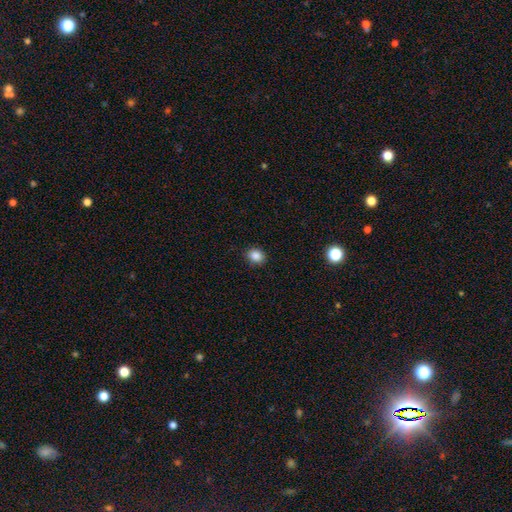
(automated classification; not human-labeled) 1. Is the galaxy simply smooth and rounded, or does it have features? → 86% smooth, 10% star or artifact, 3% featured or disk.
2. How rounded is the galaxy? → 58% round, 41% in between, 1% cigar-shaped.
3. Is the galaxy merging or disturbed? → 89% none, 8% minor disturbance, 2% major disturbance, 1% merger.